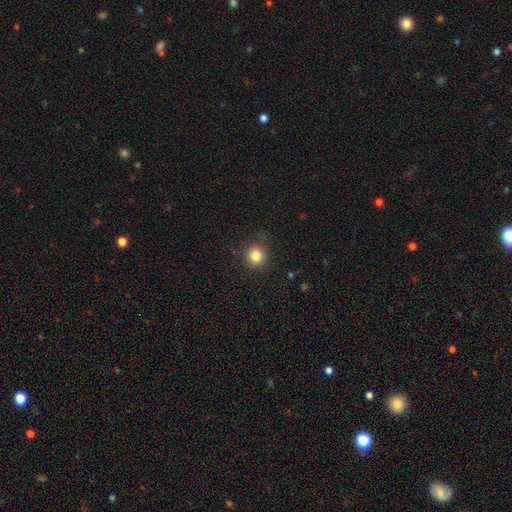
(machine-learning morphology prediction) Smooth or featured? smooth (83%)
How rounded? round (92%)
Merging? none (88%)